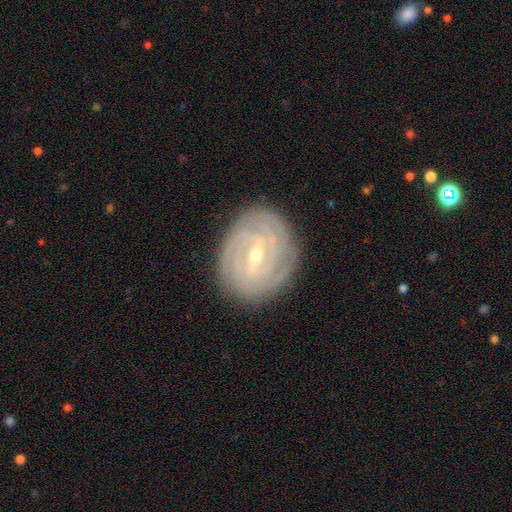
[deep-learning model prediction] Smooth or featured?
  - featured or disk: 89% *
  - smooth: 6%
  - star or artifact: 5%
Edge-on disk?
  - no: 97% *
  - yes: 3%
Bar?
  - weak: 48% *
  - strong: 38%
  - no: 14%
Spiral arms?
  - yes: 97% *
  - no: 3%
Spiral winding?
  - tight: 84% *
  - medium: 13%
  - loose: 2%
Spiral arm count?
  - can't tell: 24% *
  - 4: 23%
  - 3: 23%
  - 2: 17%
  - more than 4: 7%
  - 1: 6%
Bulge size?
  - small: 58% *
  - moderate: 39%
  - large: 1%
  - none: 1%
  - dominant: 1%
Merging?
  - none: 85% *
  - minor disturbance: 11%
  - major disturbance: 3%
  - merger: 1%